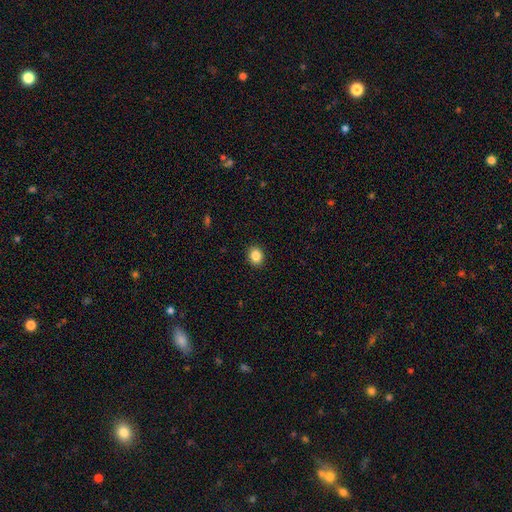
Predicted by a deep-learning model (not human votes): A smooth galaxy with no disk features (86%) that is round (61%). Merging: none (91%).